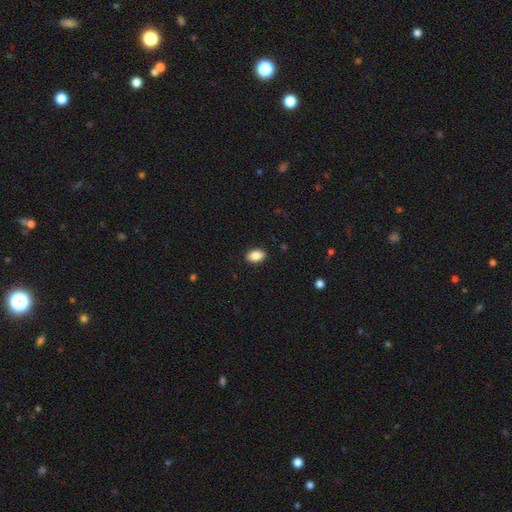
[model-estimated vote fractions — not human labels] smooth-or-featured: smooth: 88% | star or artifact: 8% | featured or disk: 5%
  how-rounded: in between: 90% | round: 8% | cigar-shaped: 2%
  merging: none: 90% | minor disturbance: 7% | major disturbance: 2% | merger: 1%